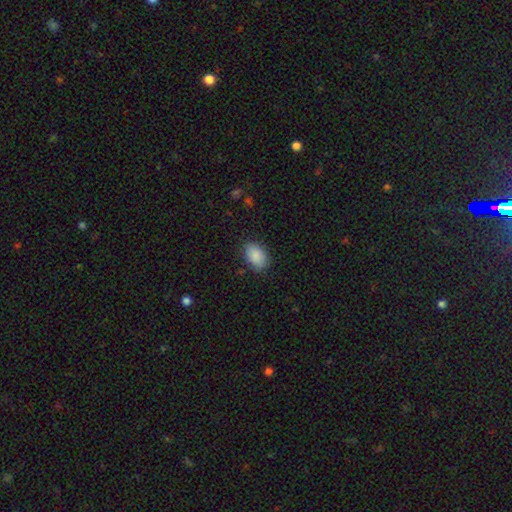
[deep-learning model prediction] Q: Smooth or featured?
A: smooth (89%); runner-up: star or artifact (7%)
Q: How rounded?
A: in between (89%); runner-up: round (10%)
Q: Merging?
A: none (83%); runner-up: minor disturbance (13%)